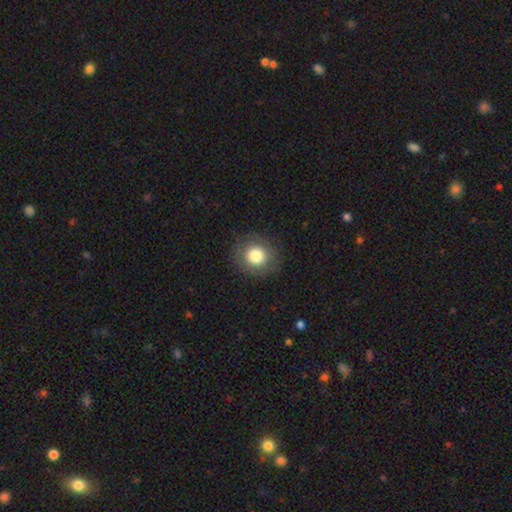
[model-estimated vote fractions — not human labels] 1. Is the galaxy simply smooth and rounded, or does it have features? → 79% smooth, 11% featured or disk, 10% star or artifact.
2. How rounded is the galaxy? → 87% round, 12% in between, 1% cigar-shaped.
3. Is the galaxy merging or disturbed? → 87% none, 8% minor disturbance, 3% major disturbance, 1% merger.